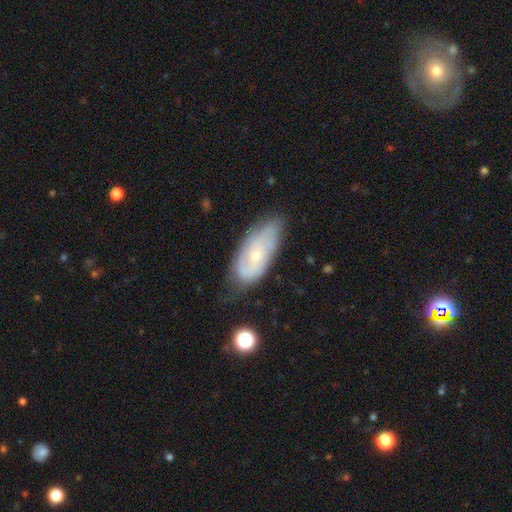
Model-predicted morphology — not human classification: A featured or disk galaxy (61%) with no bar (75%), spiral arms (77%) and a small central bulge (67%). Merging: none (58%).